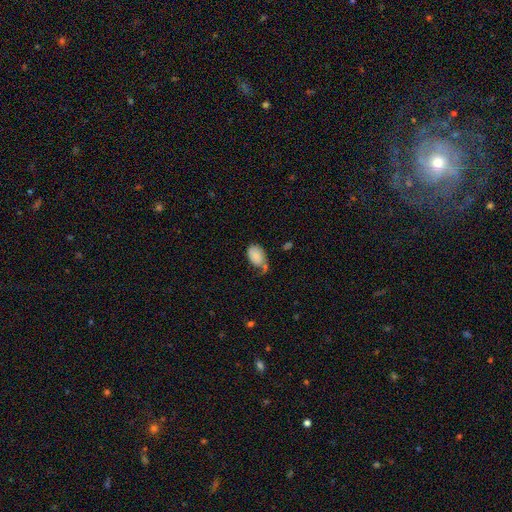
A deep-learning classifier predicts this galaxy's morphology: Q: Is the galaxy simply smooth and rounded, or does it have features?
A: smooth — 78%.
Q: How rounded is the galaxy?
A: in between — 85%.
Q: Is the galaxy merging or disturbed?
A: none — 36%.